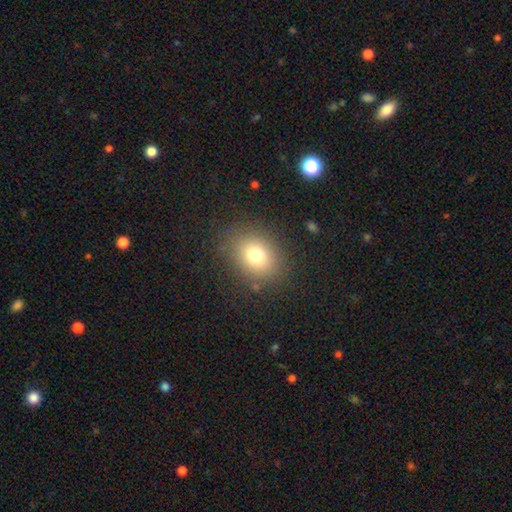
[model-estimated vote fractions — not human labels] Morphology: type=smooth (76%); roundness=round (50%); merging=none (85%).